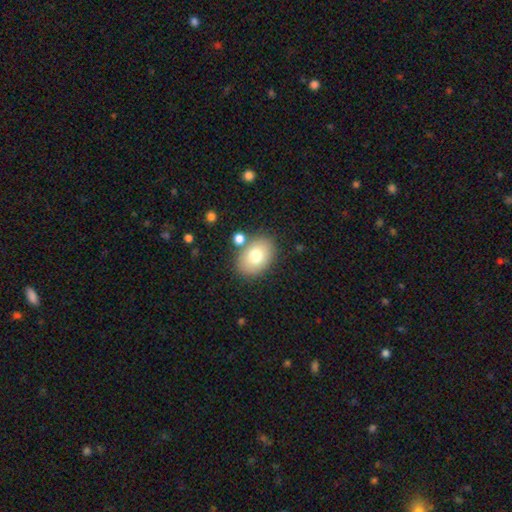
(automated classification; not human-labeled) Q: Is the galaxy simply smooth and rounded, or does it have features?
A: smooth — 74%.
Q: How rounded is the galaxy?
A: in between — 76%.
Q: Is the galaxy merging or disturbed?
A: none — 77%.